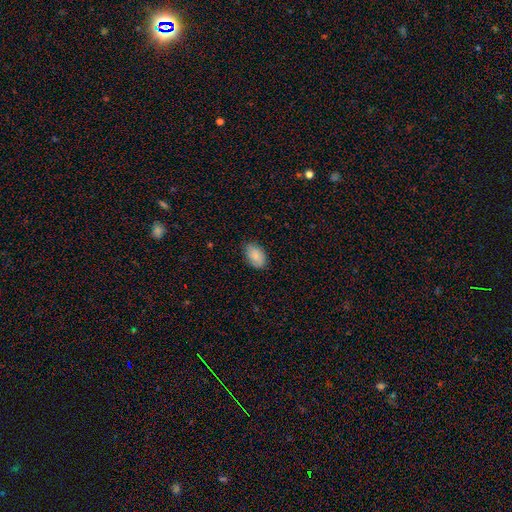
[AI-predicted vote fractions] Morphology: type=smooth (83%); roundness=in between (91%); merging=none (80%).